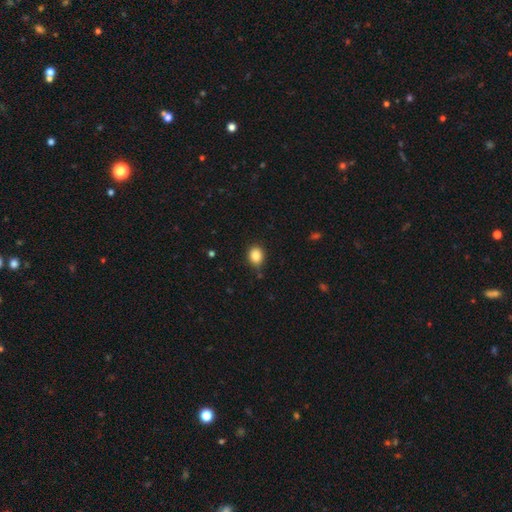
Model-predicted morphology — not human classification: Smooth or featured: smooth — 87% (star or artifact — 9%)
How rounded: round — 55% (in between — 44%)
Merging: none — 81% (minor disturbance — 14%)